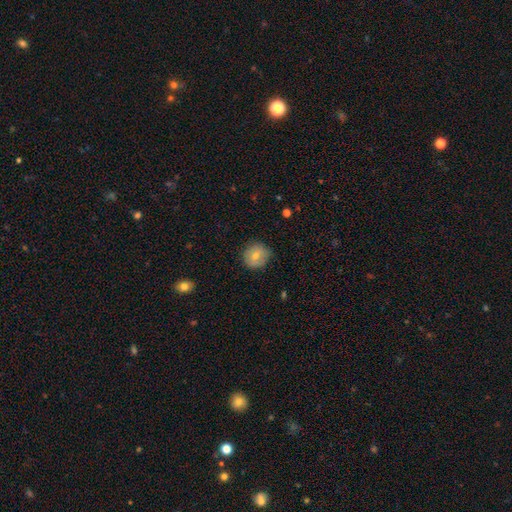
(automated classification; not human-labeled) Morphology: type=smooth (71%); roundness=round (87%); merging=none (78%).